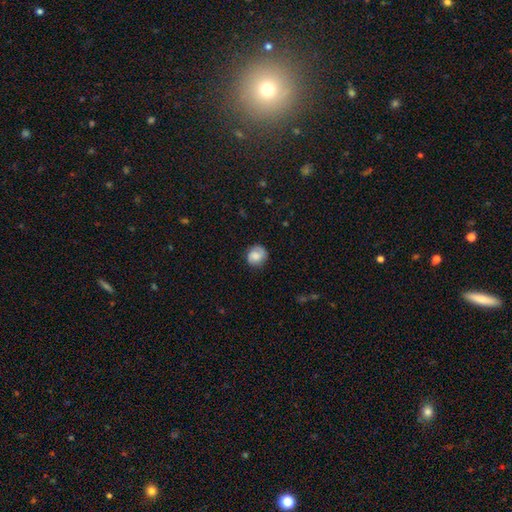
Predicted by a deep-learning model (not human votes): Smooth or featured: smooth — 70% (featured or disk — 22%)
How rounded: round — 83% (in between — 16%)
Merging: none — 75% (minor disturbance — 18%)